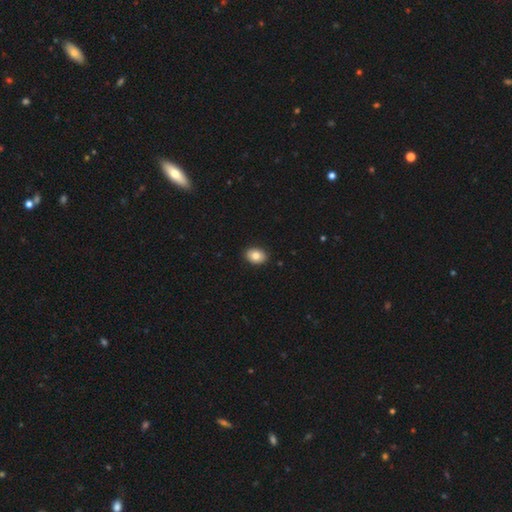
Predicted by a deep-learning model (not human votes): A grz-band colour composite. It shows a smooth galaxy with no disk features (82%) that is in between round and cigar-shaped (74%). Merging: none (91%).